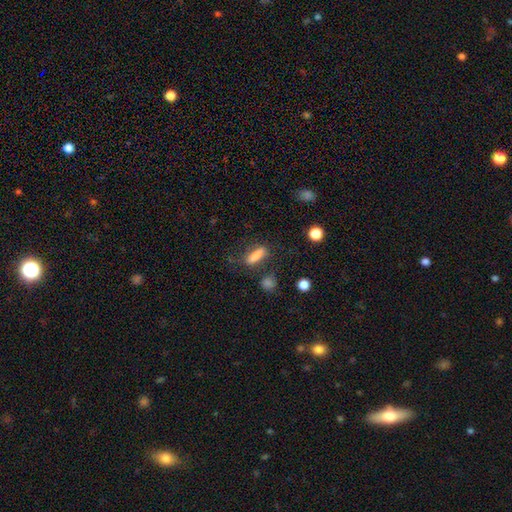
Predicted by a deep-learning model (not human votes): The model was most divided on "how rounded": cigar-shaped: 49%, in between: 47%, round: 4%. More confident: smooth or featured — smooth (79%); merging — none (73%).